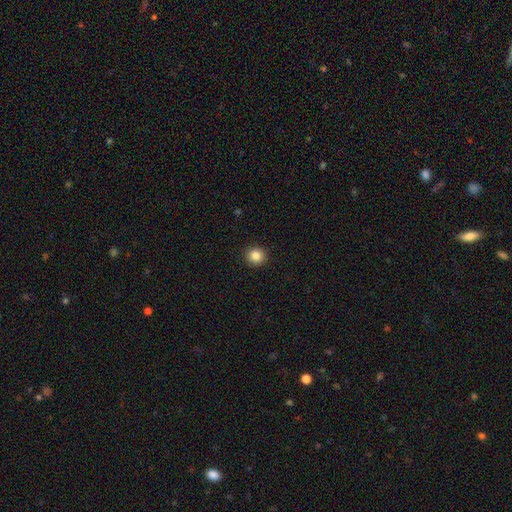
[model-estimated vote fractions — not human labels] This appears to be a smooth galaxy with no disk features (86%) that is round (92%). Merging: none (93%).